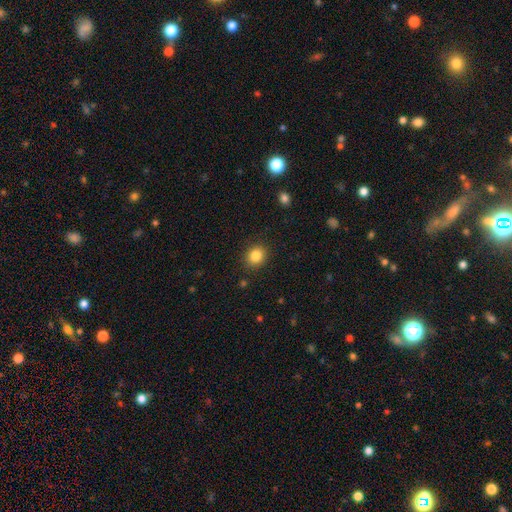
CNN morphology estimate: Smooth or featured? smooth (84%)
How rounded? round (70%)
Merging? none (89%)